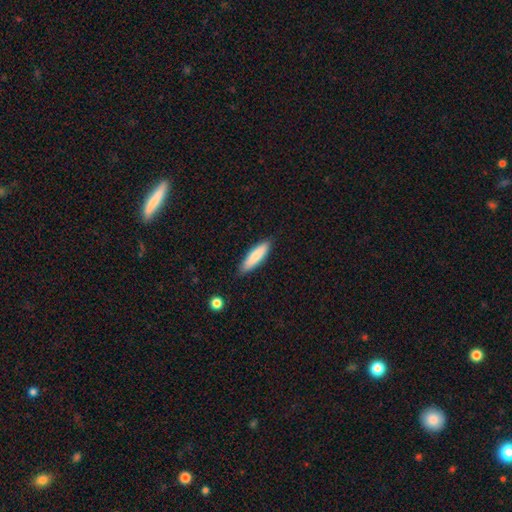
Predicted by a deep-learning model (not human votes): smooth-or-featured: smooth: 80% | featured or disk: 14% | star or artifact: 6%
  how-rounded: cigar-shaped: 69% | in between: 30% | round: 1%
  merging: none: 86% | minor disturbance: 11% | major disturbance: 2% | merger: 1%